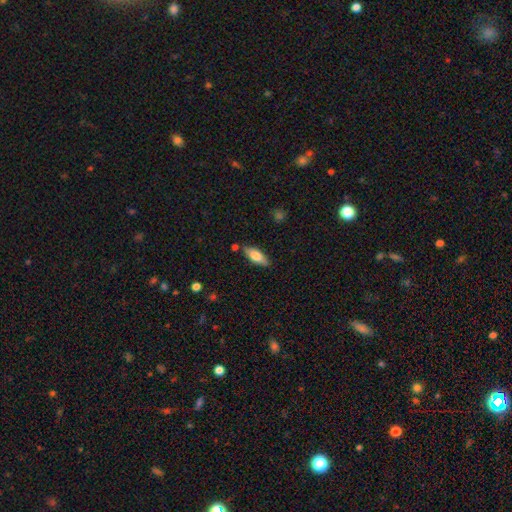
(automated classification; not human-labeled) This appears to be a smooth galaxy with no disk features (74%) that is in between round and cigar-shaped (71%). Merging: none (79%).